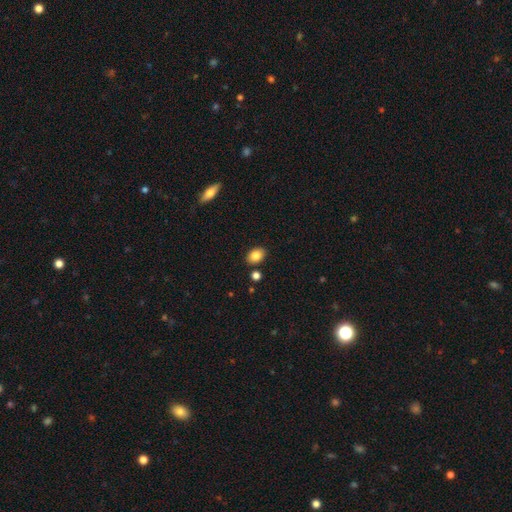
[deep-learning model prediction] Q: Smooth or featured?
A: smooth (85%); runner-up: star or artifact (9%)
Q: How rounded?
A: in between (78%); runner-up: round (21%)
Q: Merging?
A: none (85%); runner-up: minor disturbance (9%)